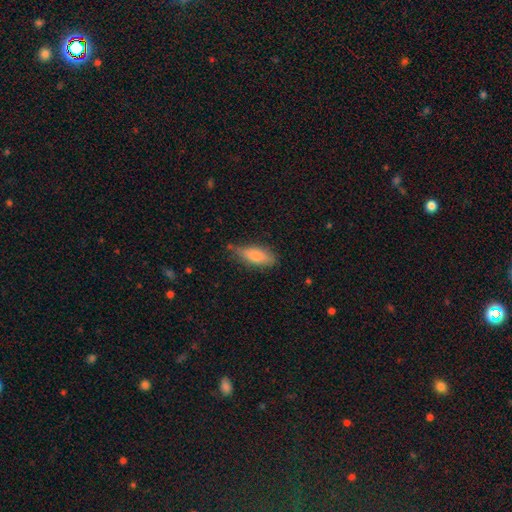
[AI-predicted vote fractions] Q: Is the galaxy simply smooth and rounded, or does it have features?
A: smooth — 81%.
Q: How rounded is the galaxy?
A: in between — 72%.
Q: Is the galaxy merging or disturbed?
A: none — 69%.